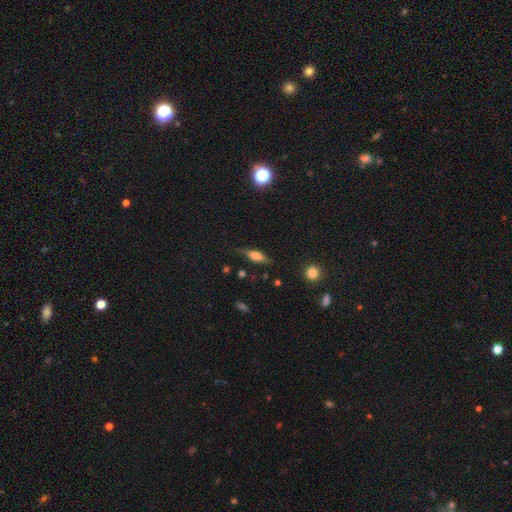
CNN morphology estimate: Smooth or featured?
  - featured or disk: 46% *
  - smooth: 45%
  - star or artifact: 9%
Merging?
  - none: 75% *
  - minor disturbance: 18%
  - major disturbance: 5%
  - merger: 2%